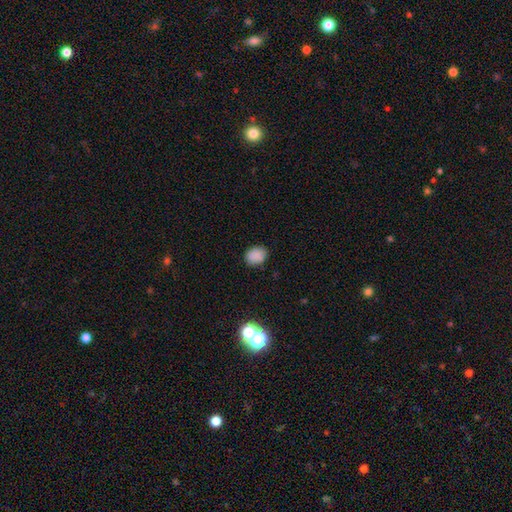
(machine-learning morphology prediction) This is clearly a smooth galaxy (87%). How rounded: possibly in between (54%). Merging: clearly none (85%).